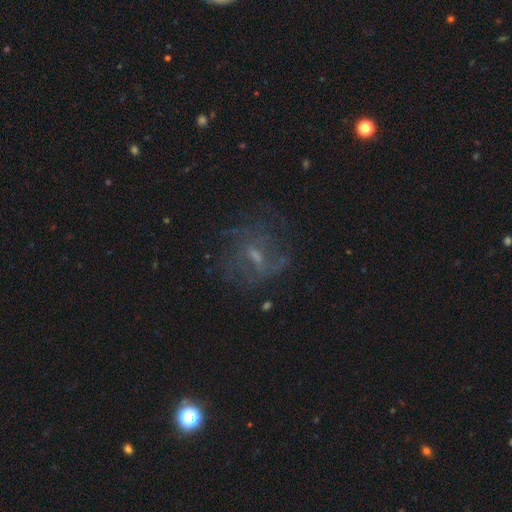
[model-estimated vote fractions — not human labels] The model was most divided on "bar": no: 44%, weak: 43%, strong: 12%. More confident: edge-on disk — no (95%); merging — none (67%); spiral arms — yes (60%); bulge size — small (58%); smooth or featured — featured or disk (54%).